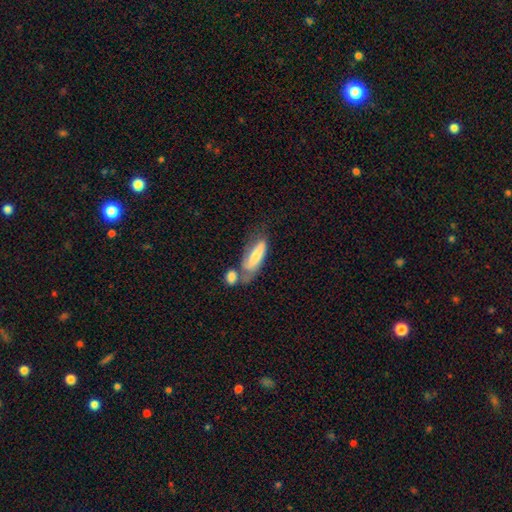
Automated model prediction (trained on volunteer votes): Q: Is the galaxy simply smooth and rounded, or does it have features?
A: smooth — 67%.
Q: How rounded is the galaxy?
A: in between — 59%.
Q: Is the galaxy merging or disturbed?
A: merger — 45%.